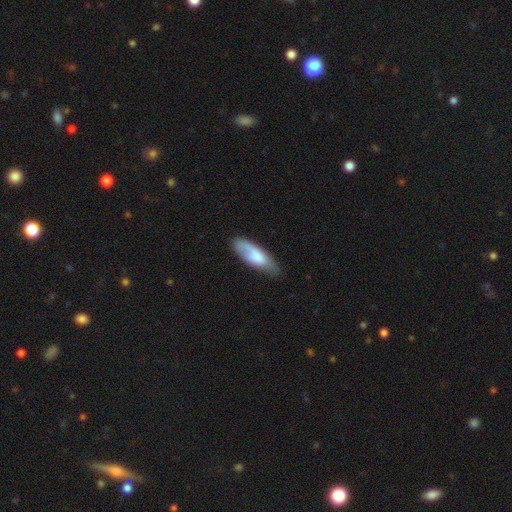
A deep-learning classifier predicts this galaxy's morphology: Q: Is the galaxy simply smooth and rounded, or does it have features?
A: smooth — 70%.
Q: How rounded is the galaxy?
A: in between — 68%.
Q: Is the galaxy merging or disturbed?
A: none — 66%.